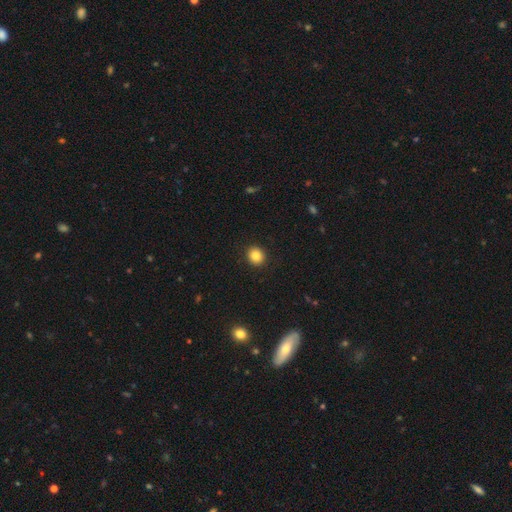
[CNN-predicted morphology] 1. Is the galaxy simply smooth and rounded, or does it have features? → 86% smooth, 10% star or artifact, 4% featured or disk.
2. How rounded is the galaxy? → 82% round, 17% in between, 1% cigar-shaped.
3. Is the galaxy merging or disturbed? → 92% none, 5% minor disturbance, 2% major disturbance, 1% merger.